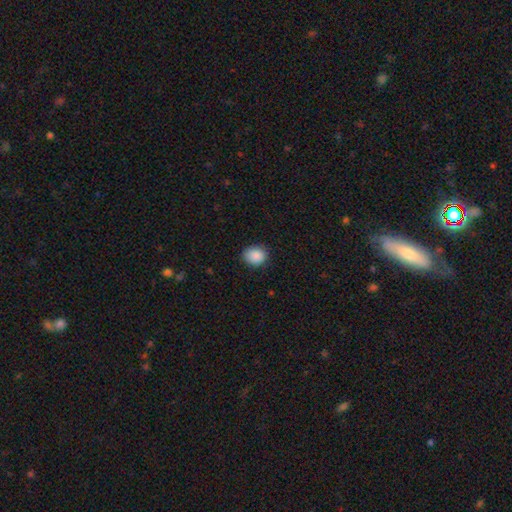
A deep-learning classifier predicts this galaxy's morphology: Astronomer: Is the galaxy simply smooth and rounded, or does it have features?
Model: smooth — 89%.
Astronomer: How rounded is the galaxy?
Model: round — 66%.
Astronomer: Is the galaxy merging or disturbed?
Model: none — 84%.